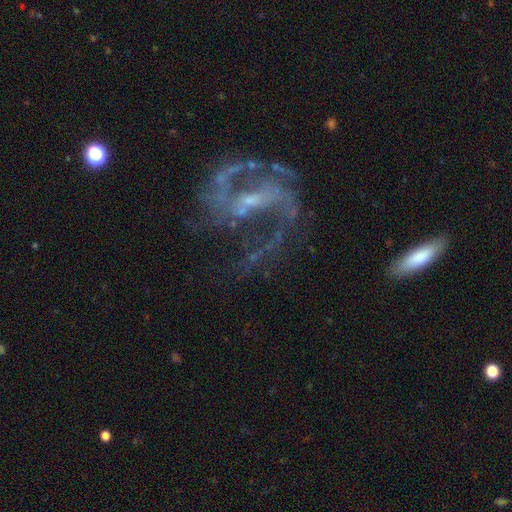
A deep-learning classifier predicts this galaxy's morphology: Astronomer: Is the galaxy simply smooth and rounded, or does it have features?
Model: featured or disk — 88%.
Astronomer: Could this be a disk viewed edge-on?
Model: no — 97%.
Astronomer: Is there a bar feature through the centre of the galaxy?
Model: weak — 45% (runner-up: strong, 33%).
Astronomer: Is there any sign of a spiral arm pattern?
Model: yes — 93%.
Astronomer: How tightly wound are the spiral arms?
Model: medium — 49% (runner-up: loose, 38%).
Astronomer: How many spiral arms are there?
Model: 2 — 75%.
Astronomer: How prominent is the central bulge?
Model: small — 63%.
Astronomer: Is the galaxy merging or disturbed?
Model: none — 51% (runner-up: major disturbance, 27%).